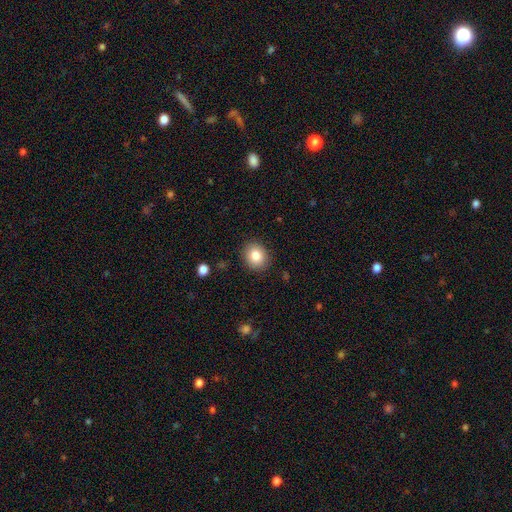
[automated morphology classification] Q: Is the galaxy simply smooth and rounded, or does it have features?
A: smooth — 84%.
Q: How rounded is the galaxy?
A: round — 76%.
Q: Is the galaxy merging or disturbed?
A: none — 89%.